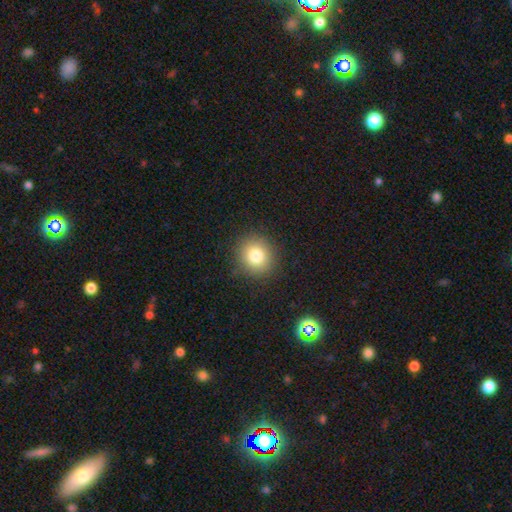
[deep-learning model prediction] Smooth or featured? Predicted: smooth (p=0.80). How rounded? Predicted: round (p=0.88). Merging? Predicted: none (p=0.88).